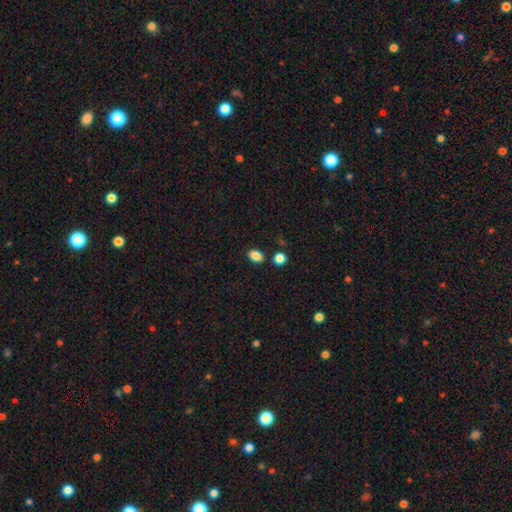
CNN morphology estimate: smooth_or_featured: smooth (p=0.86) [alt: star or artifact p=0.10]
how_rounded: in between (p=0.79) [alt: round p=0.19]
merging: none (p=0.82) [alt: minor disturbance p=0.10]